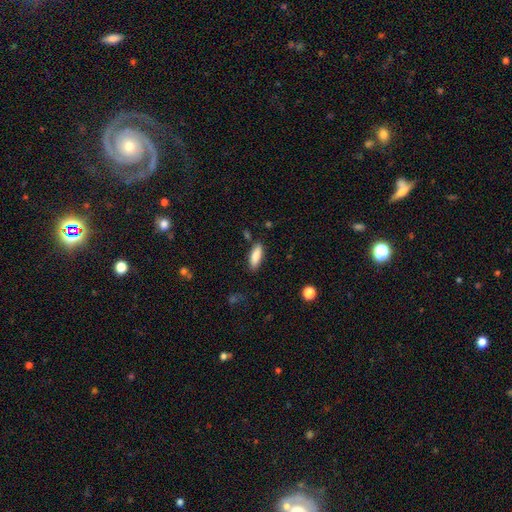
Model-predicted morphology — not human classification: Smooth or featured? smooth (86%)
How rounded? in between (63%)
Merging? none (83%)